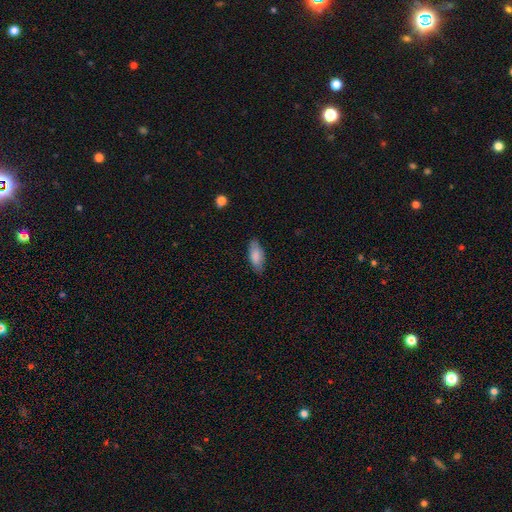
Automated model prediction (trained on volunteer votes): smooth_or_featured: smooth (p=0.85) [alt: featured or disk p=0.09]
how_rounded: in between (p=0.83) [alt: cigar-shaped p=0.15]
merging: none (p=0.81) [alt: minor disturbance p=0.15]